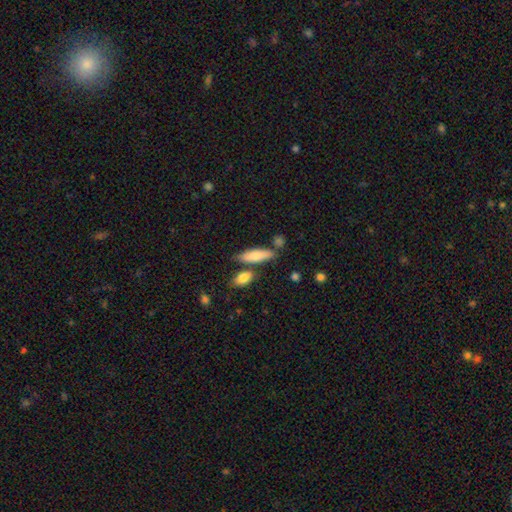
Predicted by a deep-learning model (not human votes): Q: Smooth or featured?
A: smooth (78%); runner-up: featured or disk (16%)
Q: How rounded?
A: cigar-shaped (53%); runner-up: in between (45%)
Q: Merging?
A: none (71%); runner-up: minor disturbance (14%)